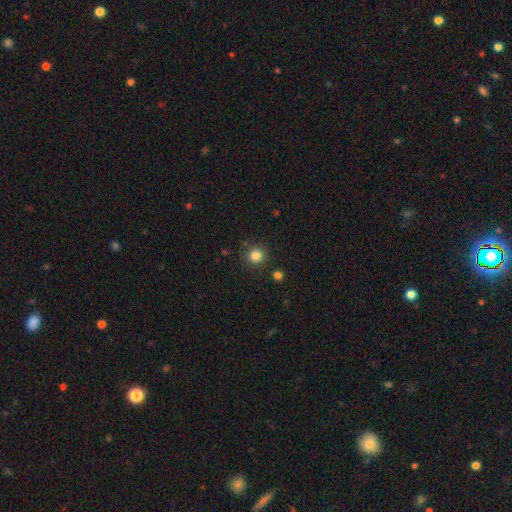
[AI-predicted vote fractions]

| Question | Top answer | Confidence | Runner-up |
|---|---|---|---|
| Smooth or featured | smooth | 83% | star or artifact (12%) |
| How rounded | round | 93% | in between (6%) |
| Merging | none | 88% | minor disturbance (7%) |